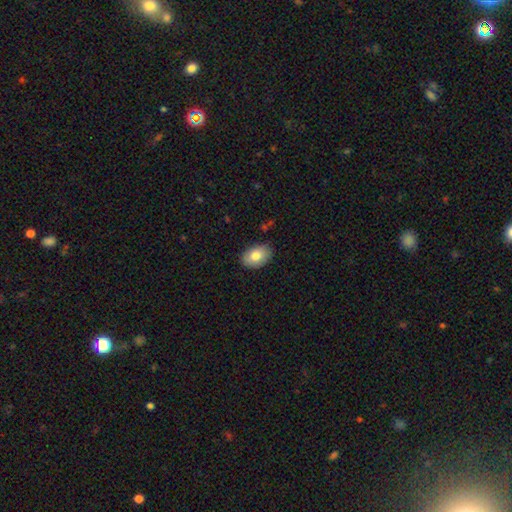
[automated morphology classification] smooth_or_featured: smooth (p=0.80) [alt: featured or disk p=0.13]
how_rounded: in between (p=0.86) [alt: round p=0.13]
merging: none (p=0.85) [alt: minor disturbance p=0.12]